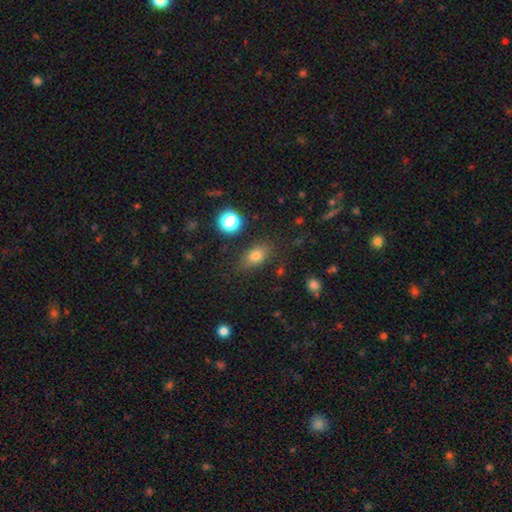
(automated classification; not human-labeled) Overall: smooth (76%). How rounded: in between (77%). Merging: none (80%).